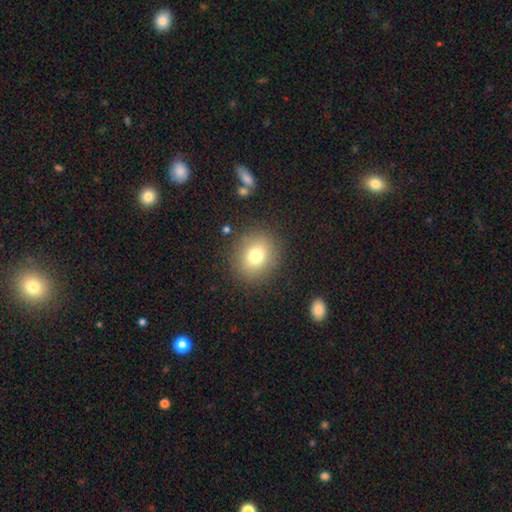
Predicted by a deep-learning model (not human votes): Smooth or featured? smooth (75%)
How rounded? round (79%)
Merging? none (87%)